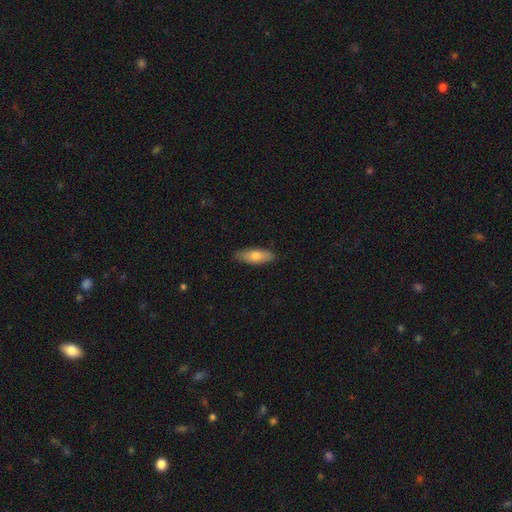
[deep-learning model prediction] Morphology: type=smooth (71%); roundness=in between (61%); merging=none (86%).